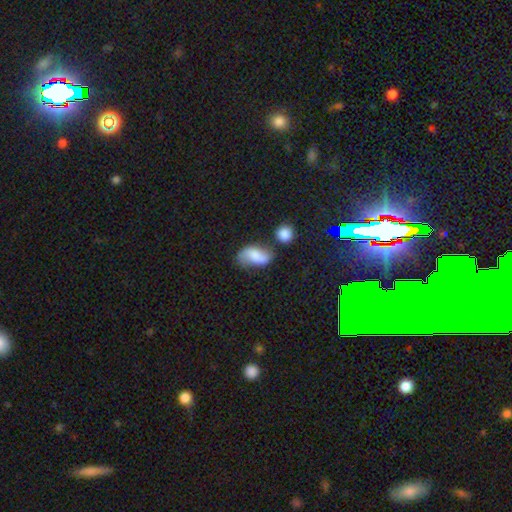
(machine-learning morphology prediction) This appears to be a smooth galaxy with no disk features (51%) that is in between round and cigar-shaped (88%). Merging: none (51%).